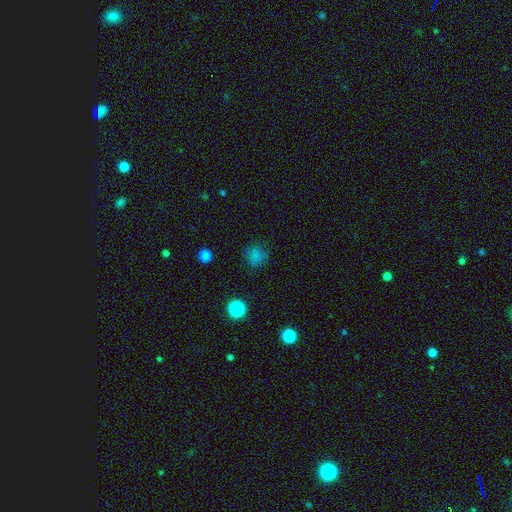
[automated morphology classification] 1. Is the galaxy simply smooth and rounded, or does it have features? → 74% smooth, 20% star or artifact, 5% featured or disk.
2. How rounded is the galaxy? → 81% round, 18% in between, 1% cigar-shaped.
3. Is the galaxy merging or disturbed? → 79% none, 14% minor disturbance, 5% major disturbance, 2% merger.